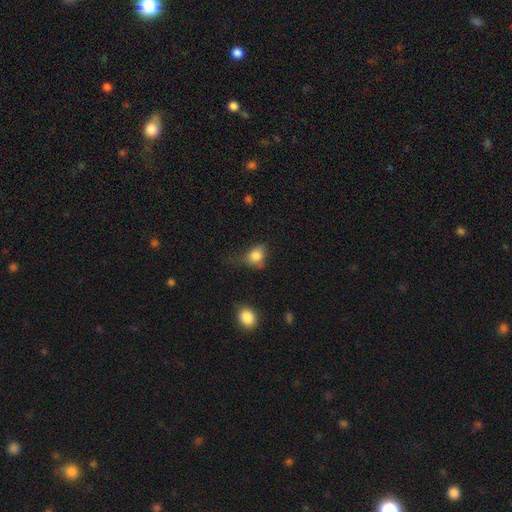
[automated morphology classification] A smooth galaxy with no disk features (81%) that is in between round and cigar-shaped (50%). Merging: none (40%).